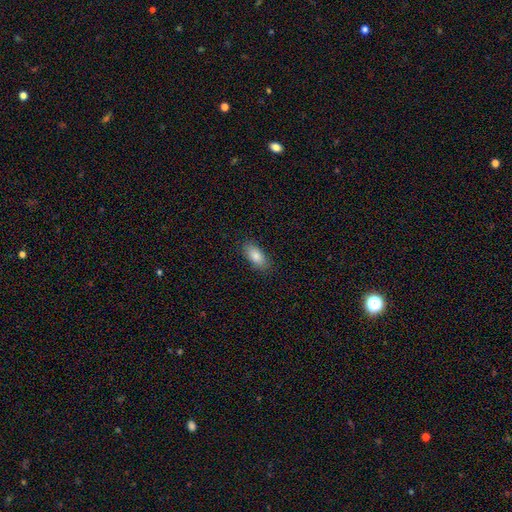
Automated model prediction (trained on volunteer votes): smooth-or-featured: smooth: 84% | featured or disk: 8% | star or artifact: 7%
  how-rounded: in between: 87% | cigar-shaped: 10% | round: 3%
  merging: none: 88% | minor disturbance: 9% | major disturbance: 2% | merger: 1%